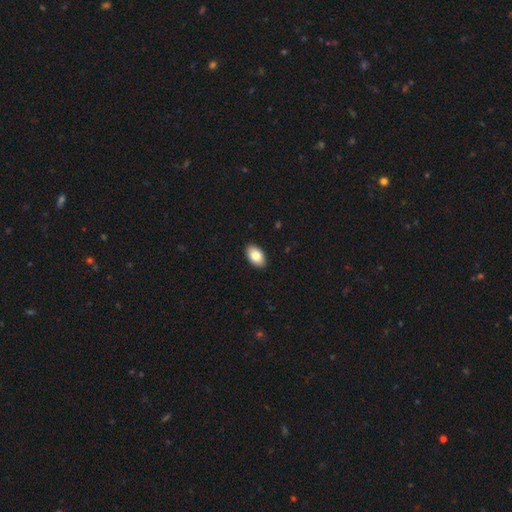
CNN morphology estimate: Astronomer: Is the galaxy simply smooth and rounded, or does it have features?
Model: smooth — 83%.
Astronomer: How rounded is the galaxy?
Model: in between — 93%.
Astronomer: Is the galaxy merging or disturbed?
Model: none — 91%.